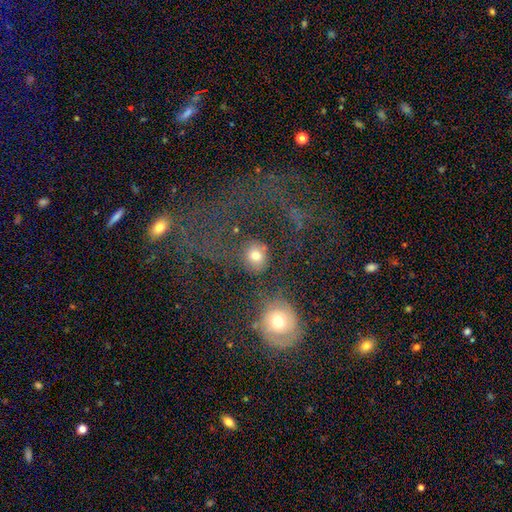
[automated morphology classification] A smooth galaxy with no disk features (72%) that is round (79%). Merging: none (69%).